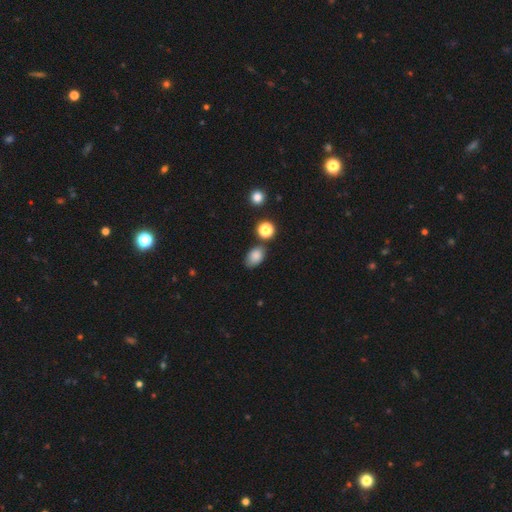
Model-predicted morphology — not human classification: smooth_or_featured: smooth (p=0.84) [alt: star or artifact p=0.10]
how_rounded: in between (p=0.84) [alt: round p=0.15]
merging: none (p=0.71) [alt: minor disturbance p=0.17]